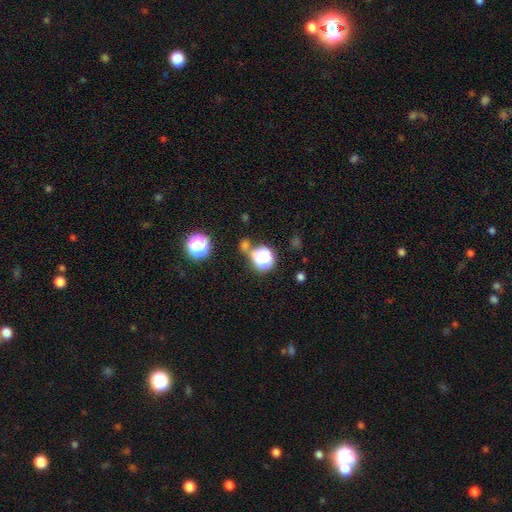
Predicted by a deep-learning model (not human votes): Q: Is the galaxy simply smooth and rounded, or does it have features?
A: star or artifact — 57%.